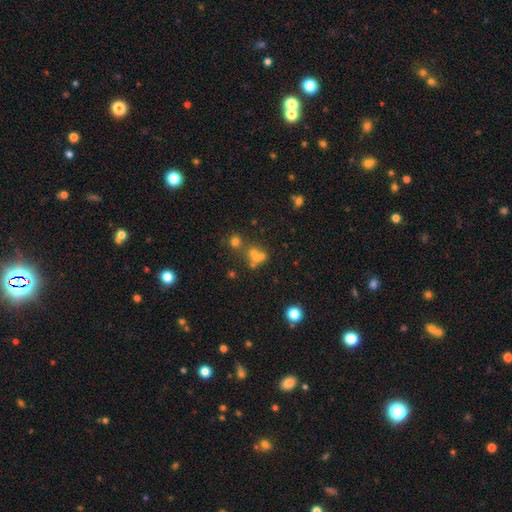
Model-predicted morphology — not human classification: smooth-or-featured: smooth: 51% | star or artifact: 25% | featured or disk: 24%
  how-rounded: round: 78% | in between: 20% | cigar-shaped: 1%
  merging: merger: 47% | none: 40% | minor disturbance: 8% | major disturbance: 6%